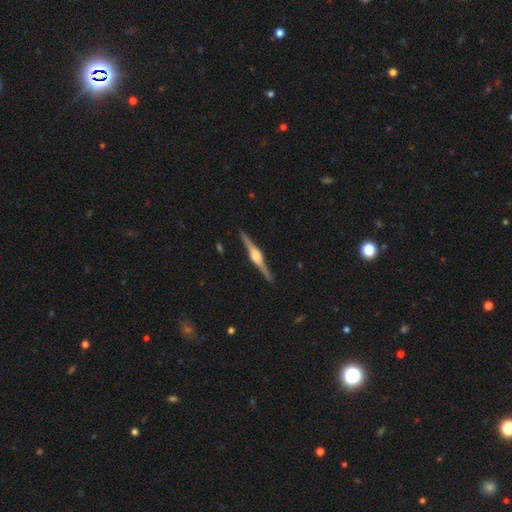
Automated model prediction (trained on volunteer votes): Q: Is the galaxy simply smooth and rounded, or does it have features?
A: featured or disk — 87%.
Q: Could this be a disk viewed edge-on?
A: yes — 98%.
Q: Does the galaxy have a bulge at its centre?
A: rounded — 89%.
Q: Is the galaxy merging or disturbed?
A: none — 91%.